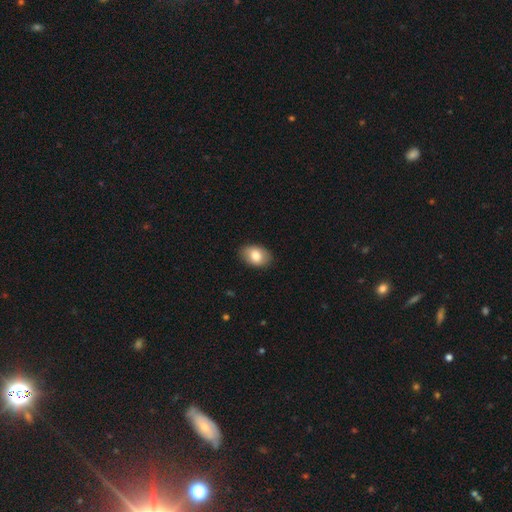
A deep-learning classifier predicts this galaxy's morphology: Smooth or featured? Predicted: smooth (p=0.81). How rounded? Predicted: in between (p=0.85). Merging? Predicted: none (p=0.87).